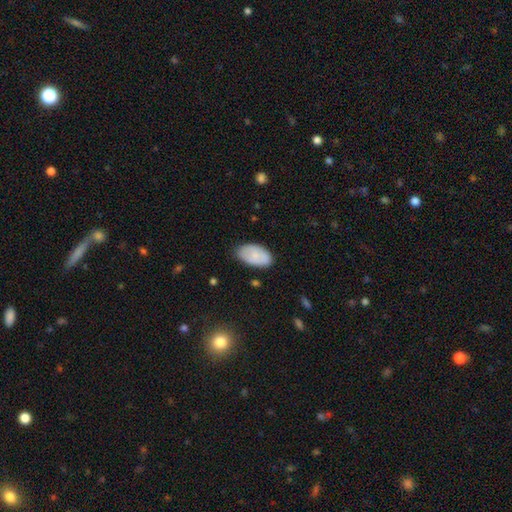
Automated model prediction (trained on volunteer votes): Smooth or featured: smooth — 79% (featured or disk — 14%)
How rounded: in between — 95% (round — 4%)
Merging: none — 78% (minor disturbance — 18%)